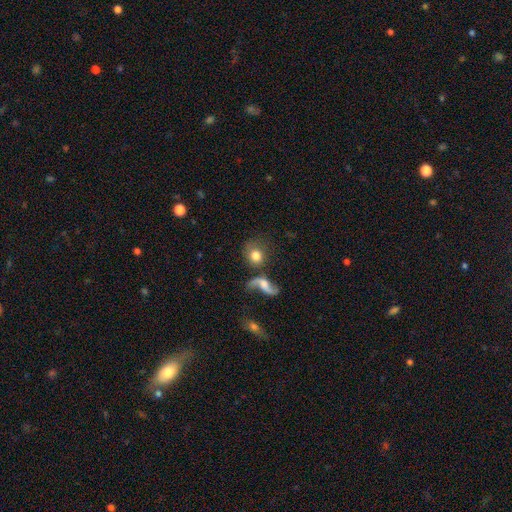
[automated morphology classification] smooth-or-featured: smooth: 69% | featured or disk: 23% | star or artifact: 9%
  how-rounded: round: 70% | in between: 28% | cigar-shaped: 2%
  merging: none: 48% | merger: 26% | minor disturbance: 15% | major disturbance: 12%